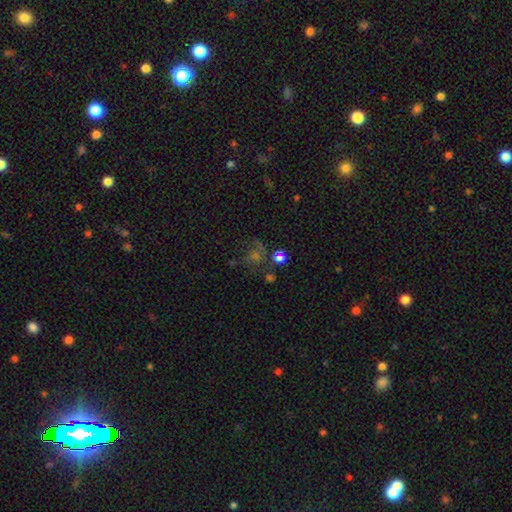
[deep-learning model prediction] Smooth or featured? star or artifact (45%)